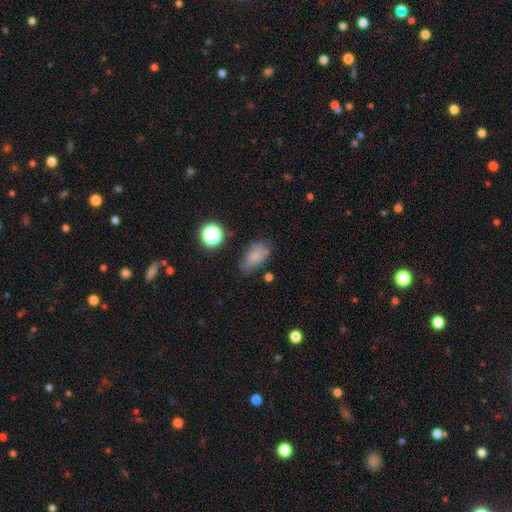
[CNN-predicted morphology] Smooth or featured? smooth (76%)
How rounded? in between (88%)
Merging? none (63%)